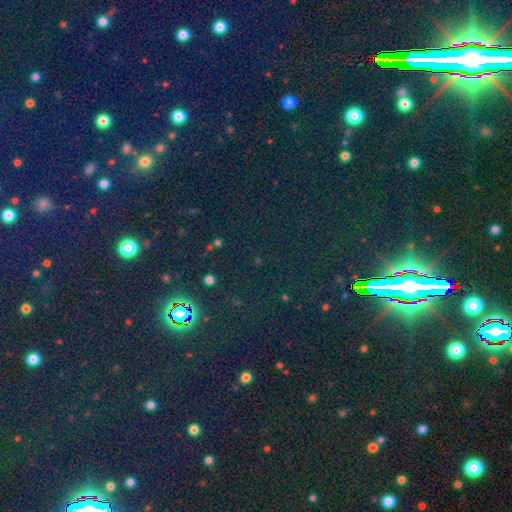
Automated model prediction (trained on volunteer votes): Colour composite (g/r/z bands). It shows a star or artifact, not a galaxy (78%).